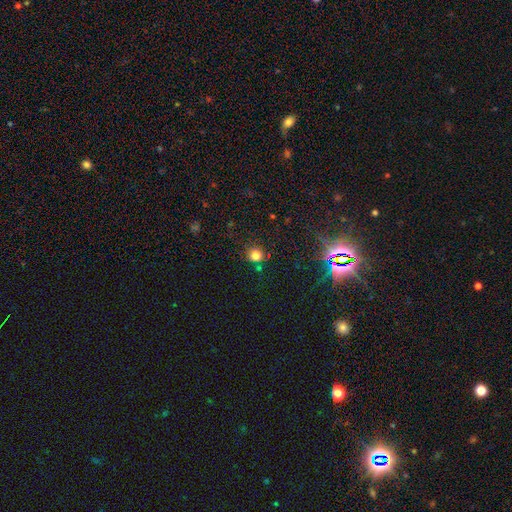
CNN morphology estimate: smooth-or-featured: smooth: 79% | star or artifact: 16% | featured or disk: 5%
  how-rounded: round: 92% | in between: 7% | cigar-shaped: 1%
  merging: none: 82% | minor disturbance: 9% | merger: 6% | major disturbance: 3%